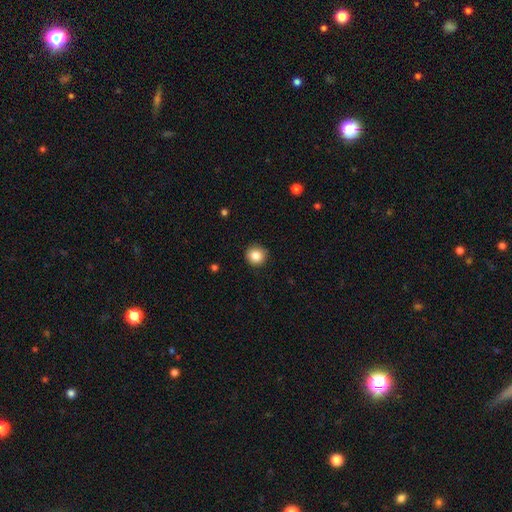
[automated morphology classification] The model was most divided on "smooth or featured": smooth: 85%, star or artifact: 10%, featured or disk: 5%. More confident: how rounded — round (93%); merging — none (90%).